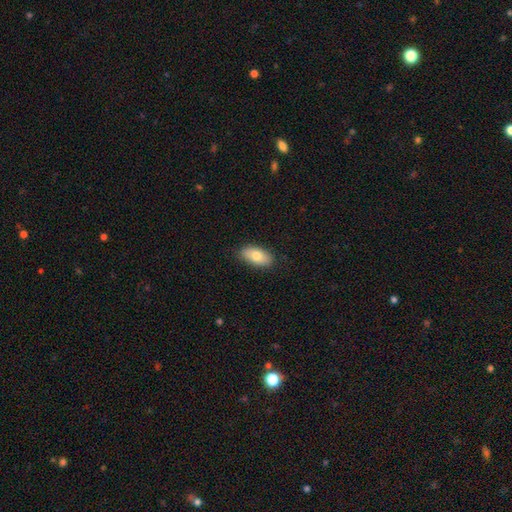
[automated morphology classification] This appears to be a smooth galaxy with no disk features (78%) that is in between round and cigar-shaped (92%). Merging: none (86%).